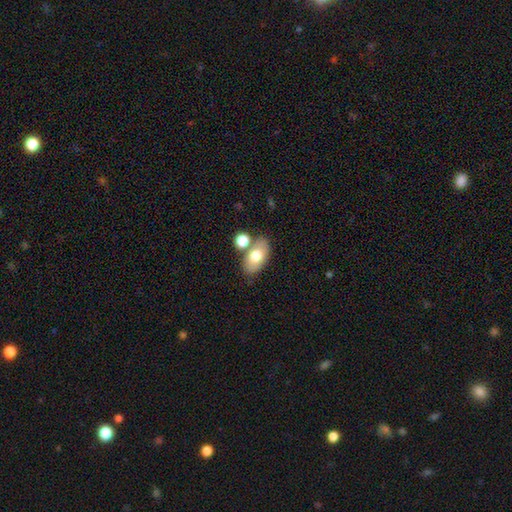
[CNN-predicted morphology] Smooth or featured? Predicted: smooth (p=0.73). How rounded? Predicted: in between (p=0.91). Merging? Predicted: none (p=0.66).